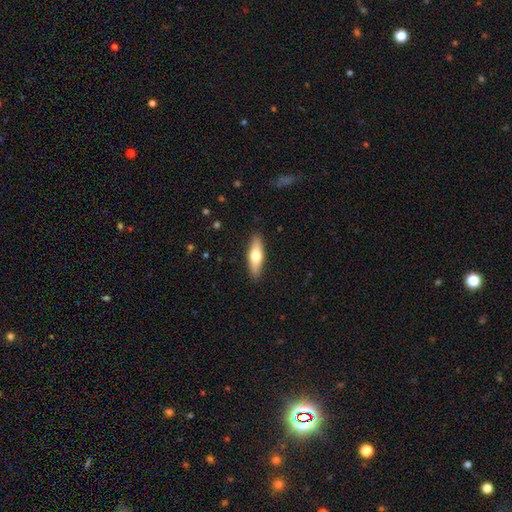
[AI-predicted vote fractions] Morphology: type=smooth (60%); roundness=cigar-shaped (52%); merging=none (89%).